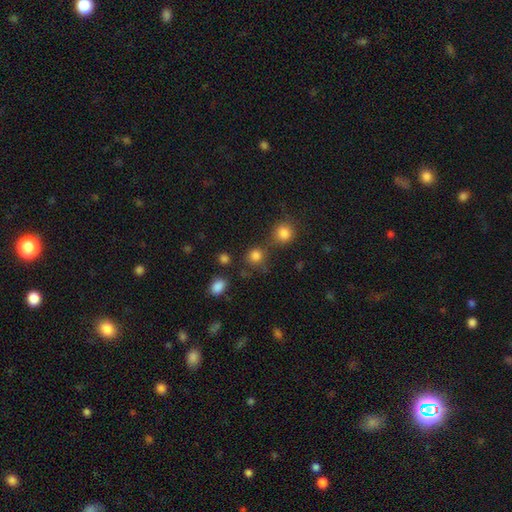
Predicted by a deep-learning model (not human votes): A smooth galaxy with no disk features (81%) that is round (87%). Merging: none (67%).